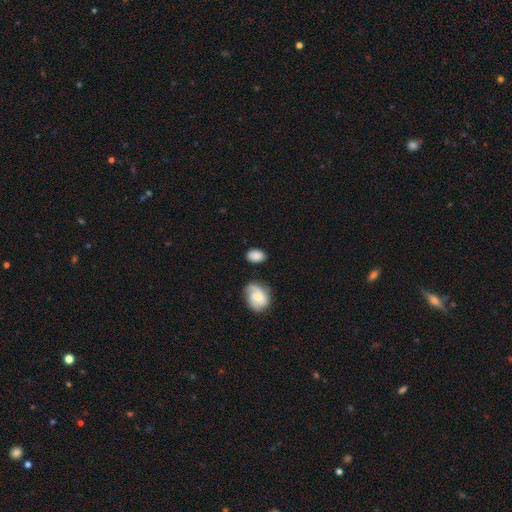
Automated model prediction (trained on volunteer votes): smooth_or_featured: smooth (p=0.79) [alt: featured or disk p=0.13]
how_rounded: in between (p=0.84) [alt: round p=0.15]
merging: none (p=0.72) [alt: minor disturbance p=0.18]